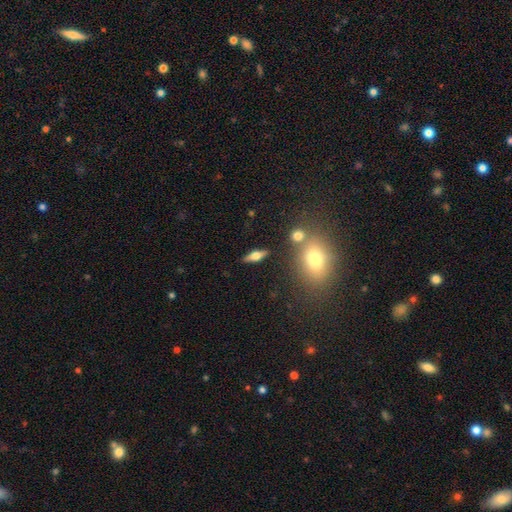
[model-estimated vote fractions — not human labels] A featured or disk galaxy (54%) viewed edge-on (91%).

Vote fractions:
- Smooth or featured? featured or disk: 54% / smooth: 38% / star or artifact: 8%
- Edge-on disk? yes: 91% / no: 9%
- Merging? none: 84% / minor disturbance: 9% / merger: 4% / major disturbance: 3%